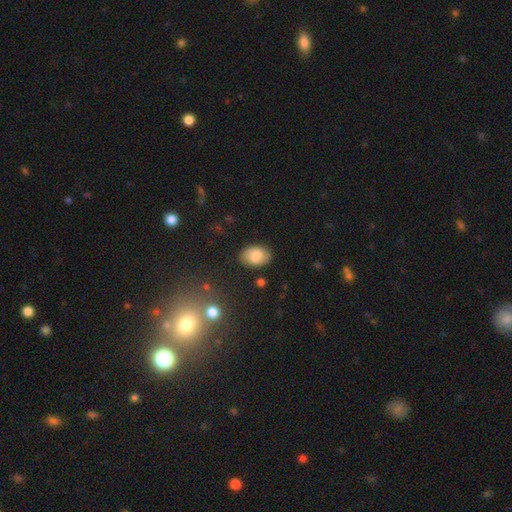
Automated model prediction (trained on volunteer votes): Smooth or featured? Predicted: smooth (p=0.75). How rounded? Predicted: in between (p=0.84). Merging? Predicted: none (p=0.84).